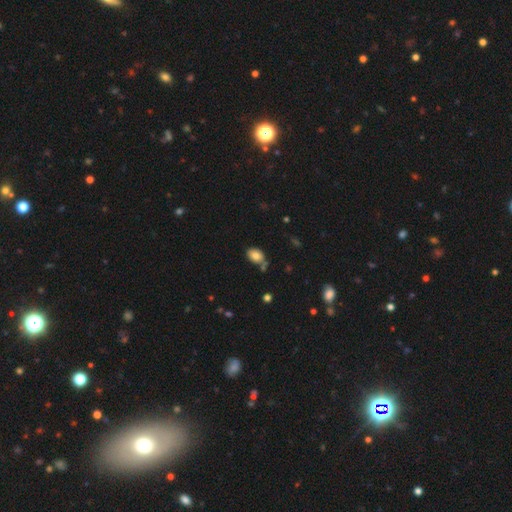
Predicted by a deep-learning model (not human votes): A smooth galaxy with no disk features (81%) that is in between round and cigar-shaped (80%). Merging: none (62%).